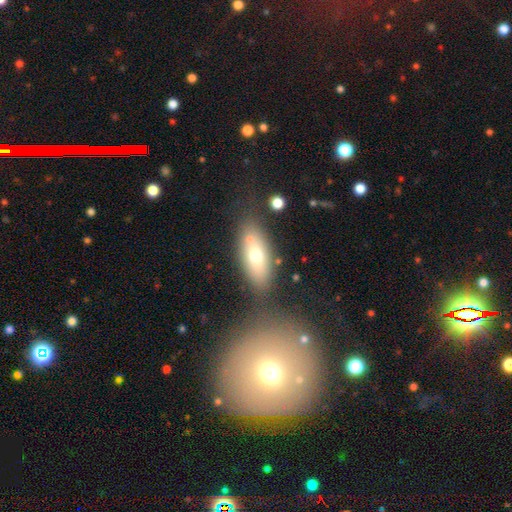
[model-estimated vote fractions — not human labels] Overall: smooth (67%). How rounded: in between (80%). Merging: none (67%).